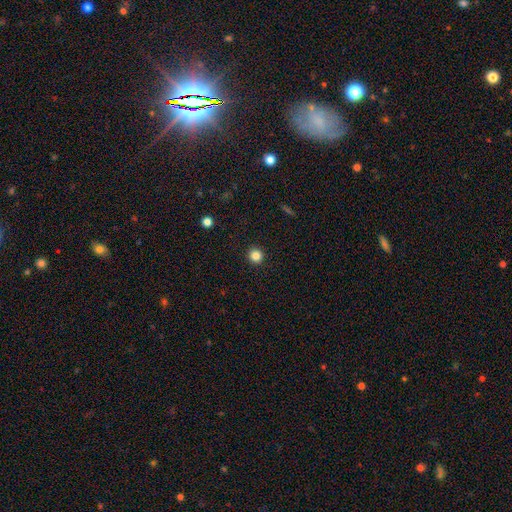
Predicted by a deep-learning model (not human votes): Smooth or featured? Predicted: smooth (p=0.83). How rounded? Predicted: round (p=0.95). Merging? Predicted: none (p=0.93).